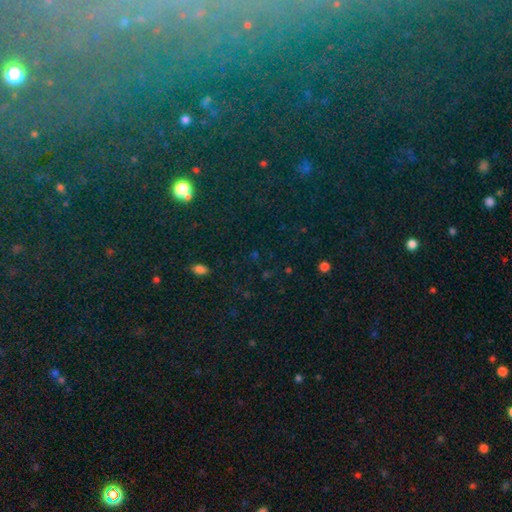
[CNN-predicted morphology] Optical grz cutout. It shows a star or artifact, not a galaxy (70%).